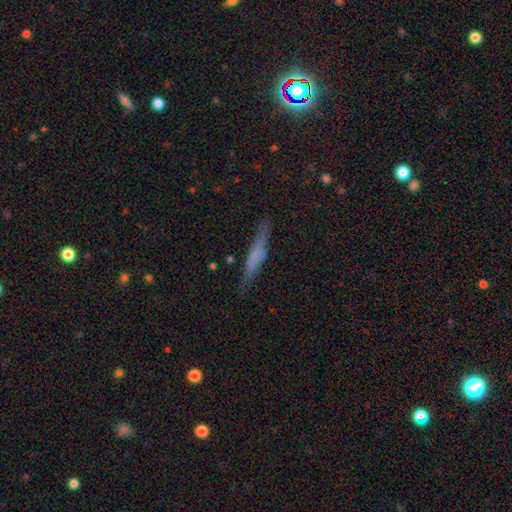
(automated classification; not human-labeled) This appears to be a smooth galaxy with no disk features (53%) that is cigar-shaped (91%). Merging: none (77%).